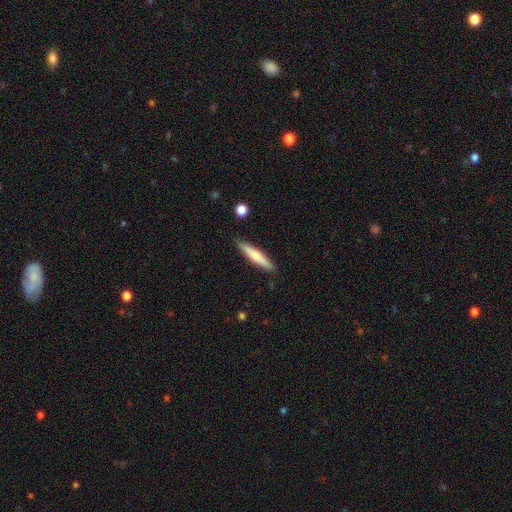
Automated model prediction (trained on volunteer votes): This is possibly a smooth galaxy (60%). How rounded: clearly cigar-shaped (89%). Merging: clearly none (89%).